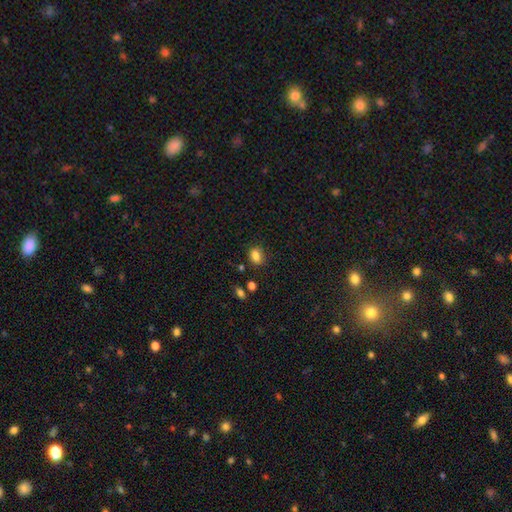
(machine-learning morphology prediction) Smooth or featured: smooth — 83% (star or artifact — 11%)
How rounded: in between — 63% (round — 36%)
Merging: none — 78% (minor disturbance — 14%)